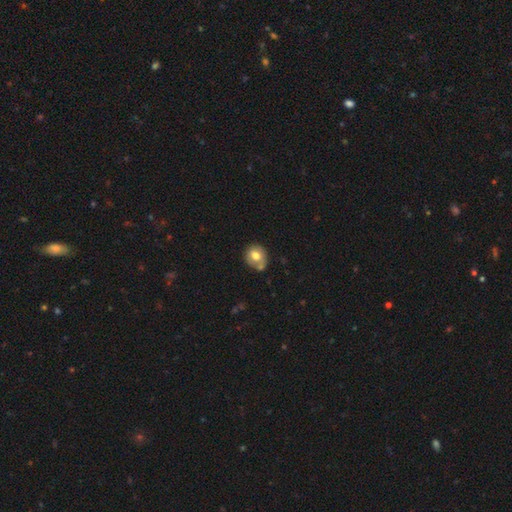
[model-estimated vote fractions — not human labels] Q: Smooth or featured?
A: smooth (71%); runner-up: featured or disk (21%)
Q: How rounded?
A: round (68%); runner-up: in between (31%)
Q: Merging?
A: none (59%); runner-up: minor disturbance (22%)